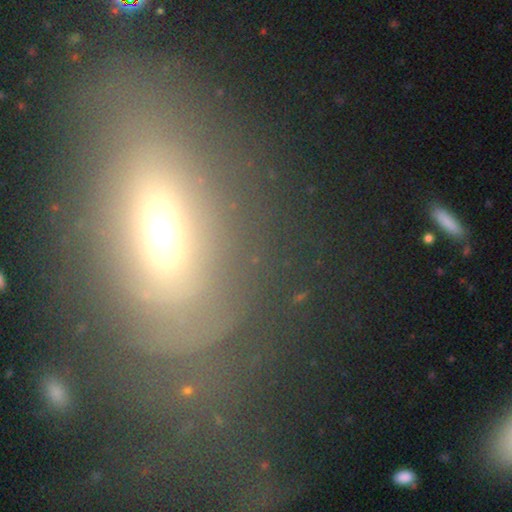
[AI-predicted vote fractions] Smooth or featured: smooth — 45% (featured or disk — 32%)
Merging: none — 60% (major disturbance — 19%)